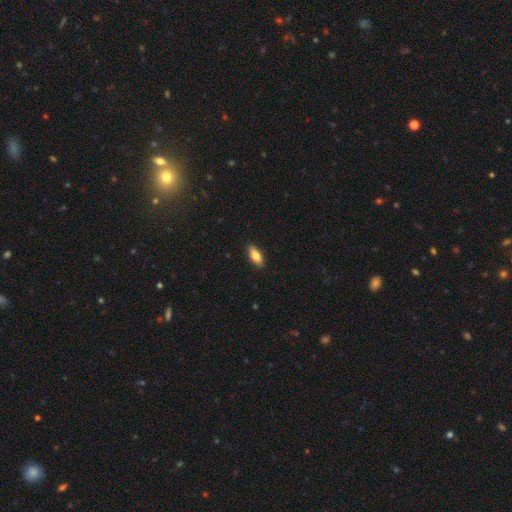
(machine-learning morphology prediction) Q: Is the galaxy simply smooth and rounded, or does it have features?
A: smooth — 79%.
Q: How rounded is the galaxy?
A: in between — 78%.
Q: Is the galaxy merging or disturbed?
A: none — 89%.